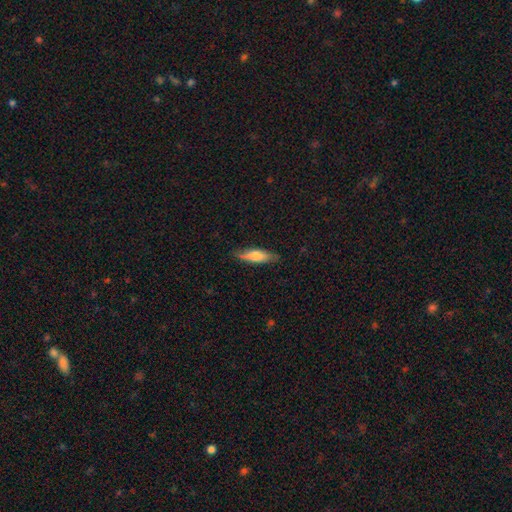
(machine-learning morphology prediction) smooth 67%, featured or disk 27%, star or artifact 6%. Down the decision tree: how rounded — cigar-shaped (58%); merging — none (80%).